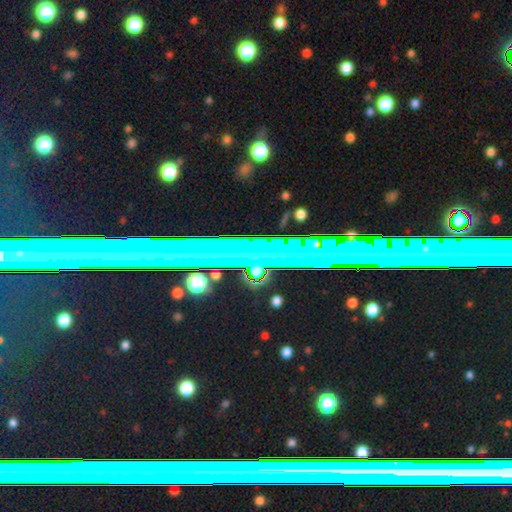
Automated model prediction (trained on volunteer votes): A star or artifact, not a galaxy (68%).